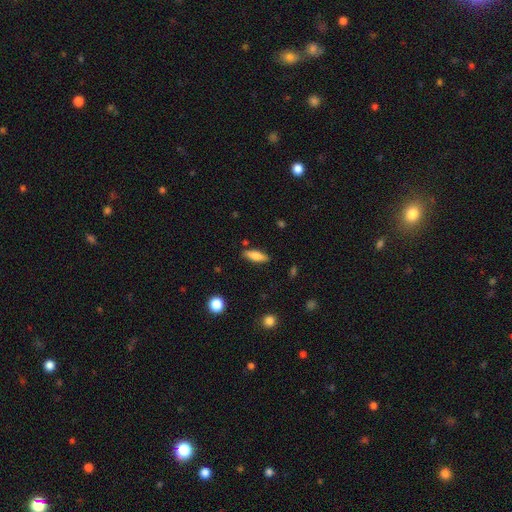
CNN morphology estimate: The model was most divided on "how rounded": in between: 53%, cigar-shaped: 45%, round: 2%. More confident: merging — none (84%); smooth or featured — smooth (74%).